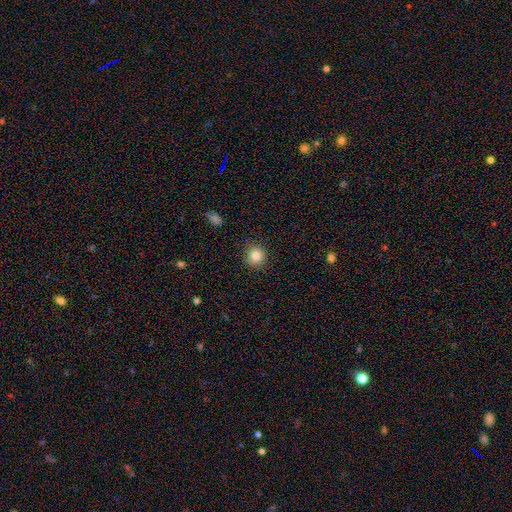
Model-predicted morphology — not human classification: Q: Smooth or featured?
A: smooth (84%); runner-up: star or artifact (10%)
Q: How rounded?
A: round (91%); runner-up: in between (8%)
Q: Merging?
A: none (88%); runner-up: minor disturbance (8%)